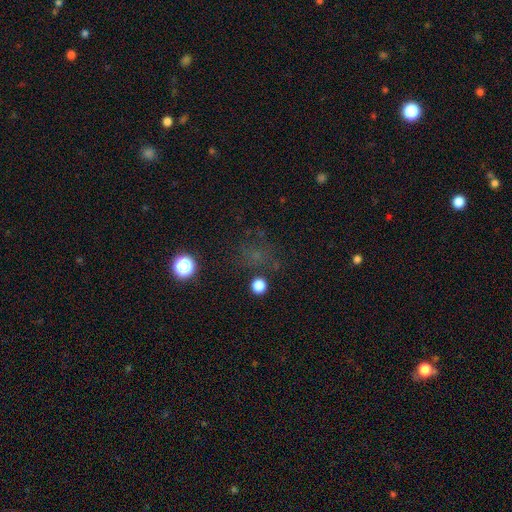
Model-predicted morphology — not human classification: Overall: smooth (45%; star or artifact 40%). Merging: none (66%).